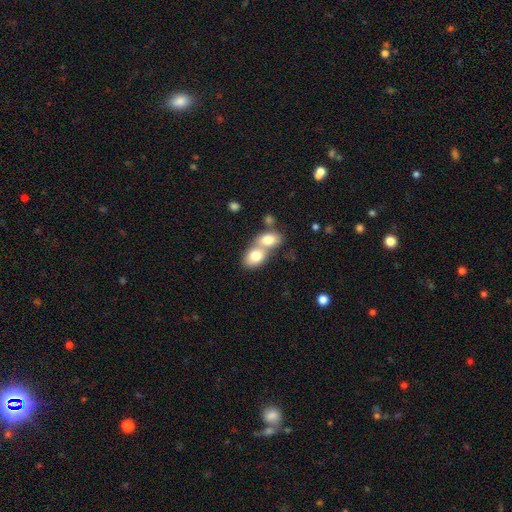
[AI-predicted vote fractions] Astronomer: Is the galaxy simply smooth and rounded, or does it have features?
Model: smooth — 77%.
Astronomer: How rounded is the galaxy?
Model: in between — 73%.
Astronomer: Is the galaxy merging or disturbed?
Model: merger — 72%.